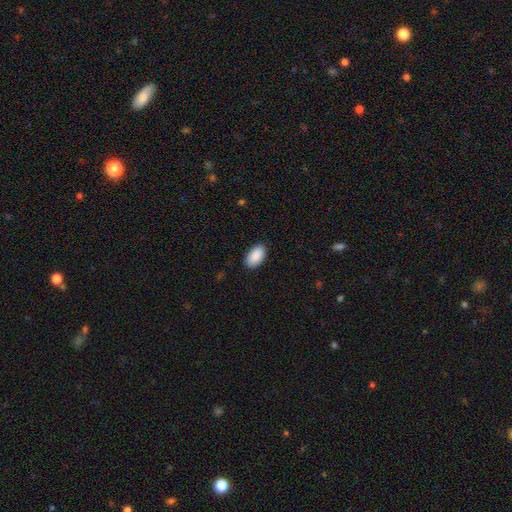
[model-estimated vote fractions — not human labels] Overall: smooth (91%). How rounded: in between (96%). Merging: none (88%).